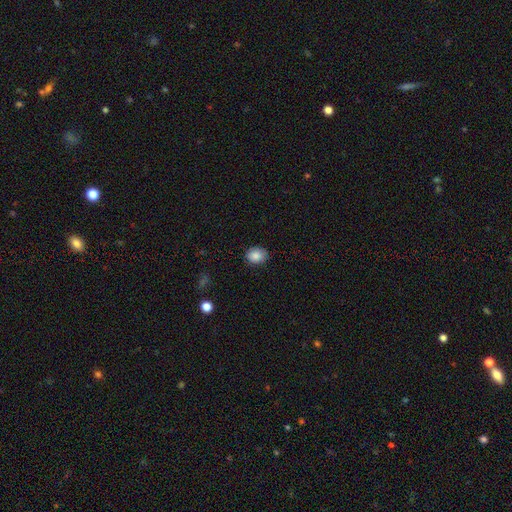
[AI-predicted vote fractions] A smooth galaxy with no disk features (85%) that is round (54%). Merging: none (82%).